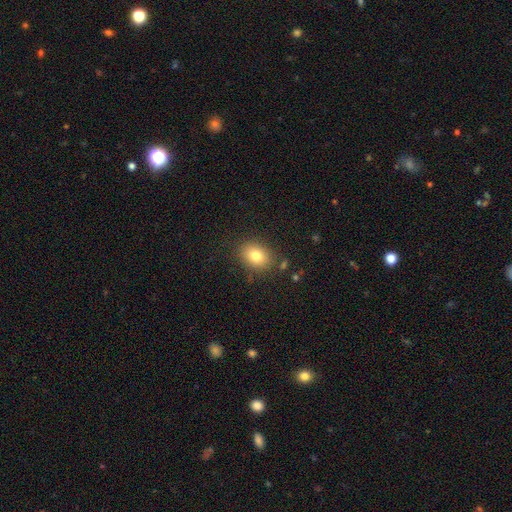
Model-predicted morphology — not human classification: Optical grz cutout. It shows a smooth galaxy with no disk features (80%) that is in between round and cigar-shaped (60%). Merging: none (83%).